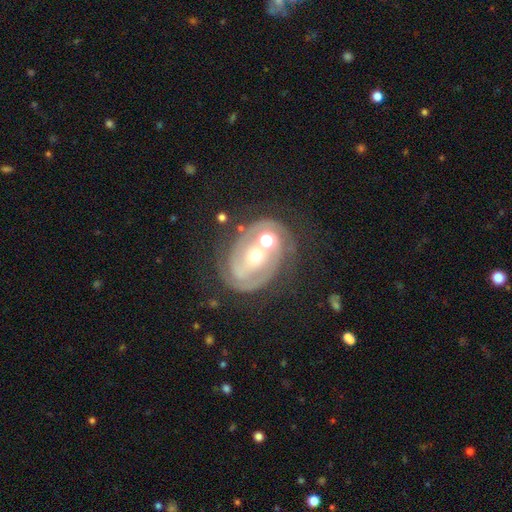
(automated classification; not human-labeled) Smooth or featured?
  - featured or disk: 82% *
  - smooth: 11%
  - star or artifact: 7%
Edge-on disk?
  - no: 97% *
  - yes: 3%
Bar?
  - no: 64% *
  - weak: 24%
  - strong: 12%
Spiral arms?
  - yes: 87% *
  - no: 13%
Spiral winding?
  - tight: 60% *
  - medium: 30%
  - loose: 9%
Spiral arm count?
  - 2: 56% *
  - can't tell: 20%
  - 3: 9%
  - 1: 8%
  - 4: 3%
  - more than 4: 3%
Bulge size?
  - moderate: 52% *
  - small: 40%
  - large: 5%
  - none: 2%
  - dominant: 1%
Merging?
  - none: 45% *
  - merger: 28%
  - minor disturbance: 15%
  - major disturbance: 11%